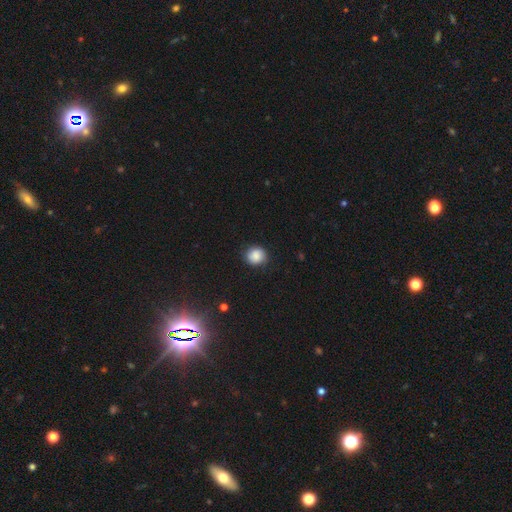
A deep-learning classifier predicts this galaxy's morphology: Smooth or featured? smooth (82%)
How rounded? round (78%)
Merging? none (80%)